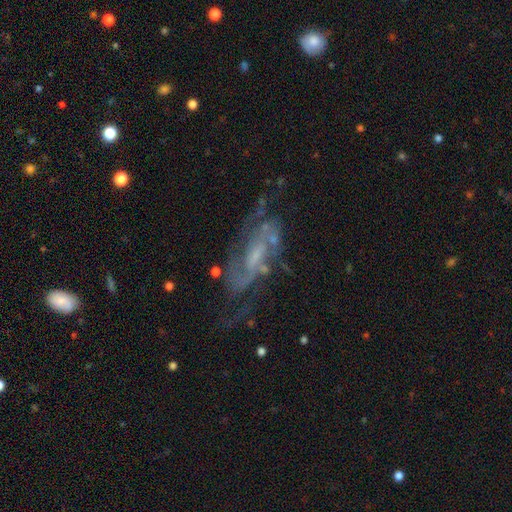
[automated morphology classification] type=featured or disk (80%); edge-on=no (89%); bar=weak (44%); spiral arms=yes (85%); winding=medium (47%); arm count=2 (50%); bulge=small (43%); merging=none (59%).